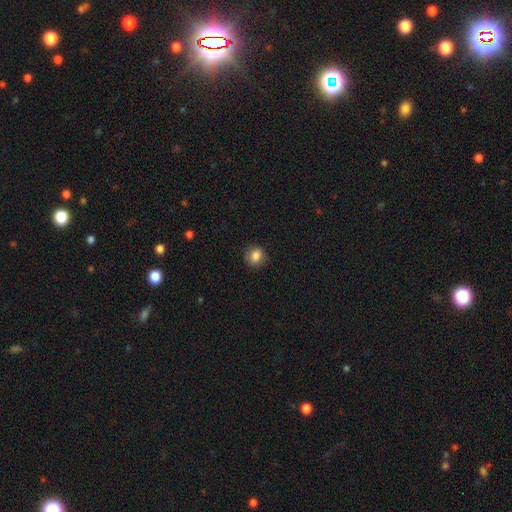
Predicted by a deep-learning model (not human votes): A smooth galaxy with no disk features (84%) that is round (70%).

Vote fractions:
- Smooth or featured? smooth: 84% / star or artifact: 10% / featured or disk: 6%
- How rounded? round: 70% / in between: 29% / cigar-shaped: 1%
- Merging? none: 83% / minor disturbance: 13% / major disturbance: 3% / merger: 1%